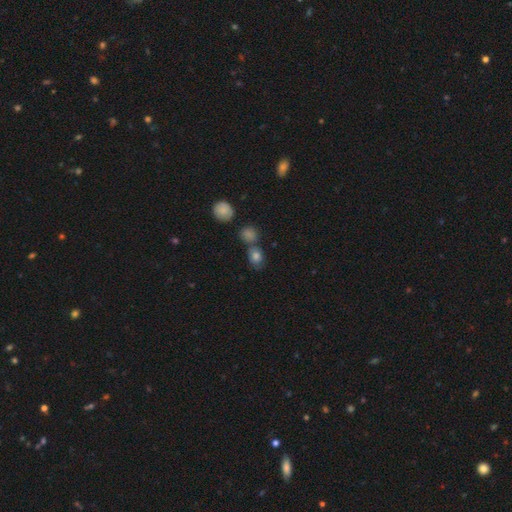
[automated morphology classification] Smooth or featured?
  - smooth: 77% *
  - star or artifact: 14%
  - featured or disk: 9%
How rounded?
  - round: 56% *
  - in between: 42%
  - cigar-shaped: 2%
Merging?
  - none: 54% *
  - merger: 29%
  - minor disturbance: 13%
  - major disturbance: 5%